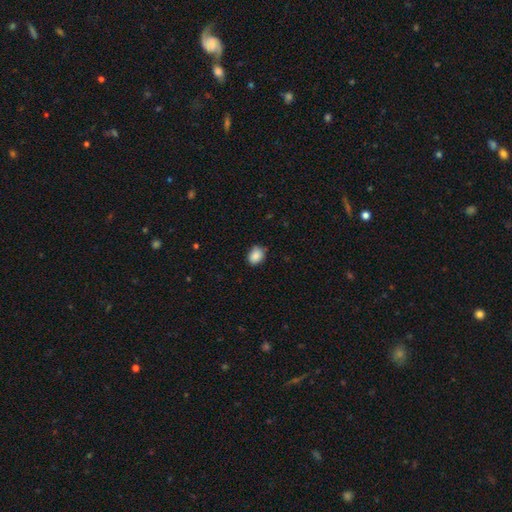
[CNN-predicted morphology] Overall: smooth (86%). How rounded: in between (57%; round 42%). Merging: none (75%).